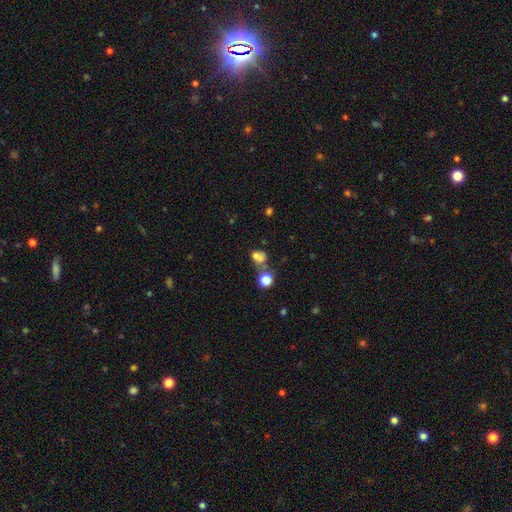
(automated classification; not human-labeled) A smooth galaxy with no disk features (64%) that is round (60%). Merging: merger (44%).